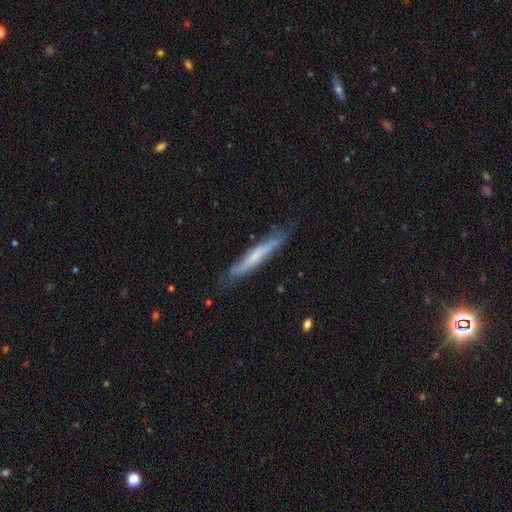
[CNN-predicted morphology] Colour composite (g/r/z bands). It shows a smooth galaxy with no disk features (49%). Merging: none (75%).